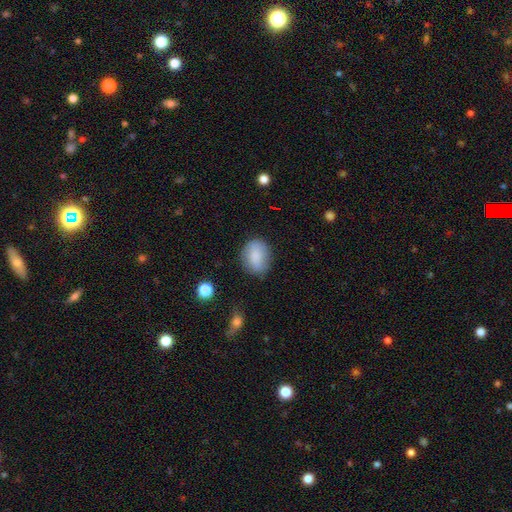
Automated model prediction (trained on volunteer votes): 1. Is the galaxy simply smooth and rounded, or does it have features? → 83% smooth, 9% featured or disk, 8% star or artifact.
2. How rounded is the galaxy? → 52% in between, 47% round, 1% cigar-shaped.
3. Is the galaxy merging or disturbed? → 76% none, 17% minor disturbance, 5% major disturbance, 2% merger.